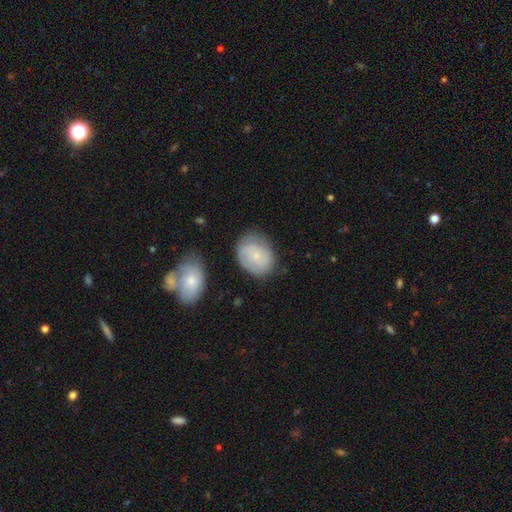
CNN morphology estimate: Smooth or featured: smooth — 62% (featured or disk — 31%)
How rounded: in between — 57% (round — 42%)
Merging: none — 69% (minor disturbance — 21%)